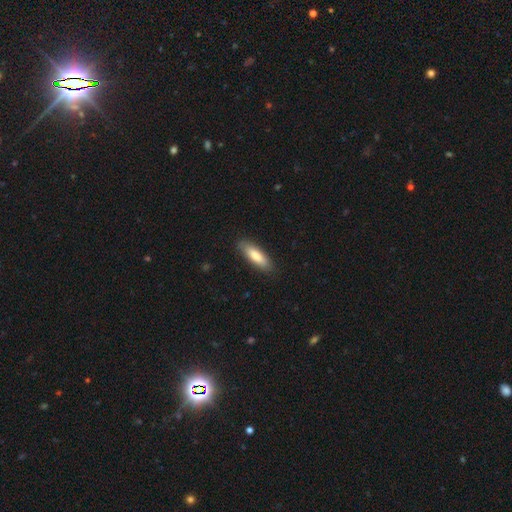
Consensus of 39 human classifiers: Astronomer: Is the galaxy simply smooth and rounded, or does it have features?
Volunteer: smooth — 67%.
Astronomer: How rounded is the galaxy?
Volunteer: cigar-shaped — 54% (runner-up: in between, 42%).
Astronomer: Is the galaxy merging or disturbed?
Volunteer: none — 92%.